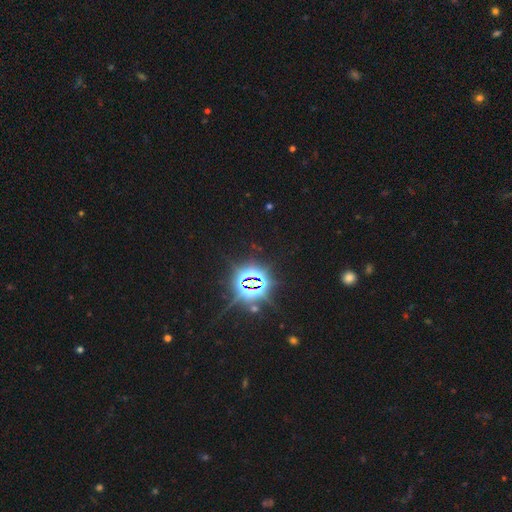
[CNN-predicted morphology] This is clearly a star or artifact rather than a galaxy (84%).